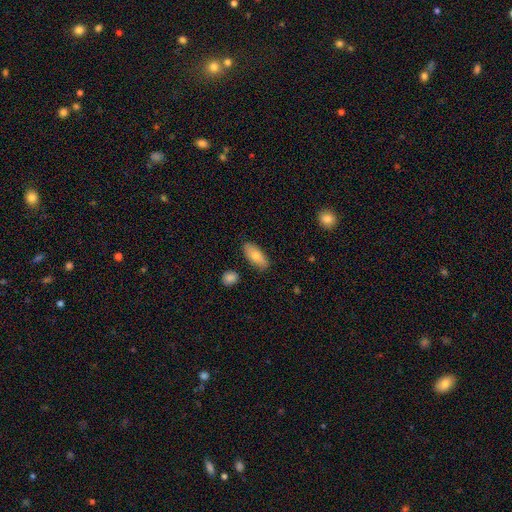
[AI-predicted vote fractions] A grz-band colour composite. It shows a smooth galaxy with no disk features (76%) that is in between round and cigar-shaped (85%). Merging: none (85%).